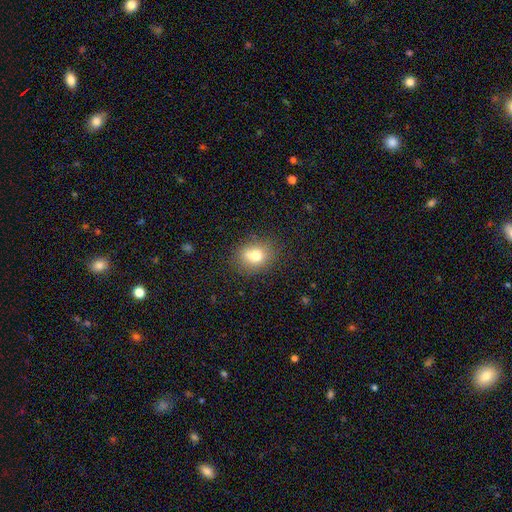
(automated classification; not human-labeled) This appears to be a smooth galaxy with no disk features (72%) that is round (57%). Merging: none (75%).